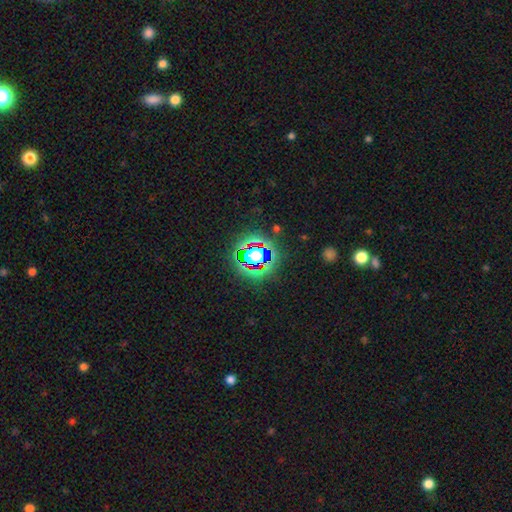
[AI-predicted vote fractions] Smooth or featured: star or artifact — 62% (smooth — 25%)